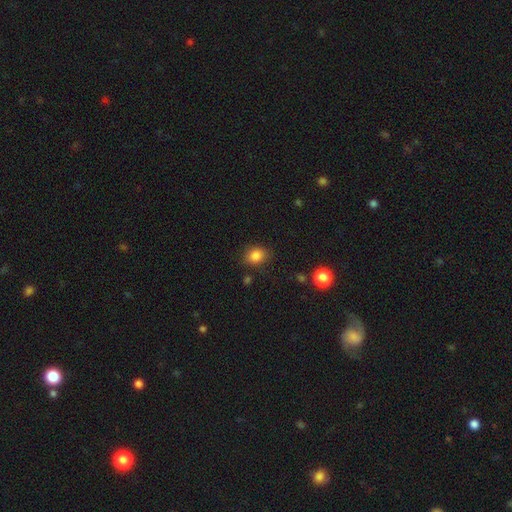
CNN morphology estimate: Q: Smooth or featured?
A: smooth (85%); runner-up: star or artifact (11%)
Q: How rounded?
A: round (50%); runner-up: in between (49%)
Q: Merging?
A: none (80%); runner-up: minor disturbance (14%)